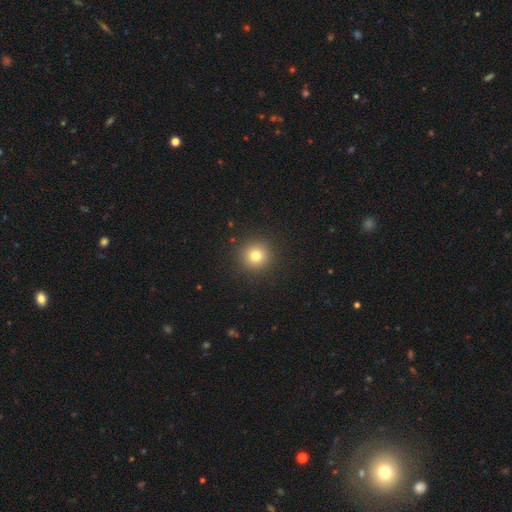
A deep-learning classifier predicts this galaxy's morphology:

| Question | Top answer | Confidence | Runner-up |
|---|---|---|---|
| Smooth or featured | smooth | 79% | star or artifact (14%) |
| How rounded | round | 95% | in between (4%) |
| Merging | none | 92% | minor disturbance (5%) |